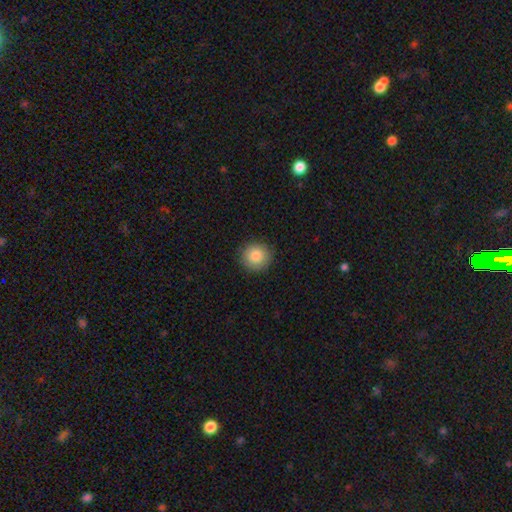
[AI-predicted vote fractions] Overall: smooth (84%). How rounded: round (92%). Merging: none (89%).